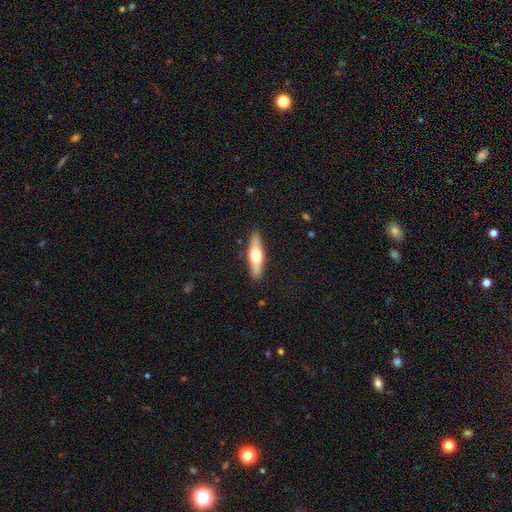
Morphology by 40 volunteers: Overall: smooth (62%; featured or disk 38%). How rounded: cigar-shaped (72%). Merging: none (92%).